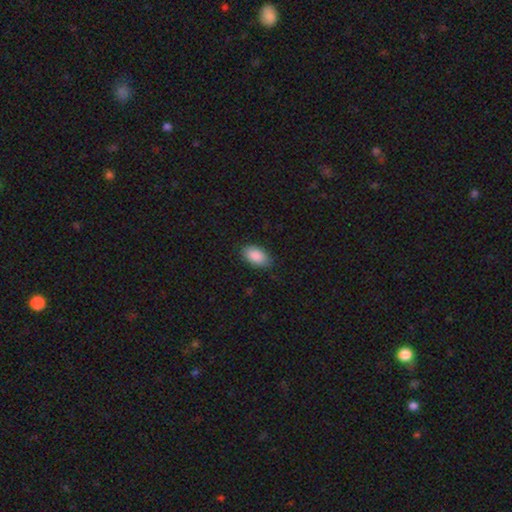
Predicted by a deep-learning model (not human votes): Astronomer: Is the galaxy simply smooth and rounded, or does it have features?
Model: smooth — 89%.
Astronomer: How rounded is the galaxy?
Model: in between — 94%.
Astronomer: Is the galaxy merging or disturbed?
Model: none — 84%.